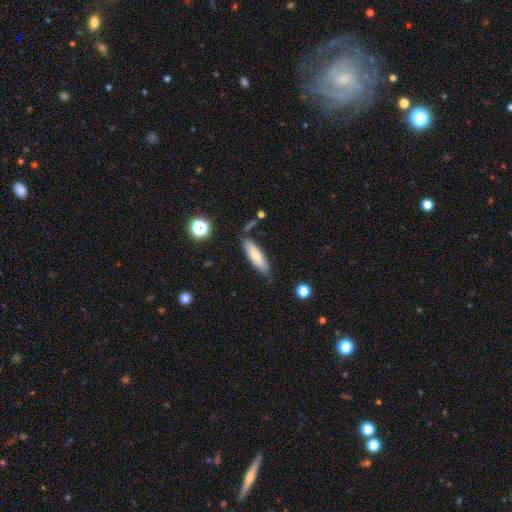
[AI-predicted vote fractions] smooth 75%, featured or disk 18%, star or artifact 7%. Down the decision tree: how rounded — cigar-shaped (64%); merging — none (78%).